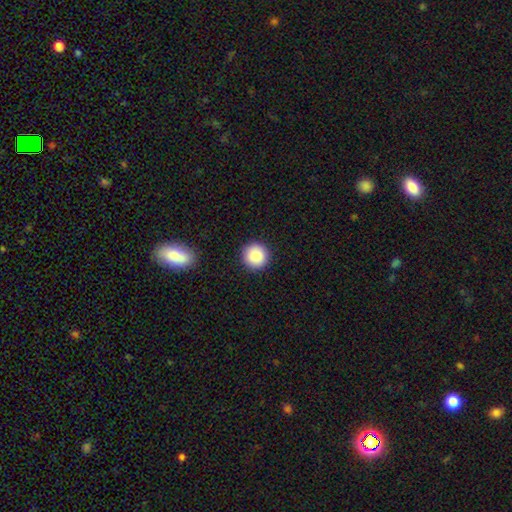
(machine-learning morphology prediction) type=smooth (88%); roundness=round (96%); merging=none (92%).